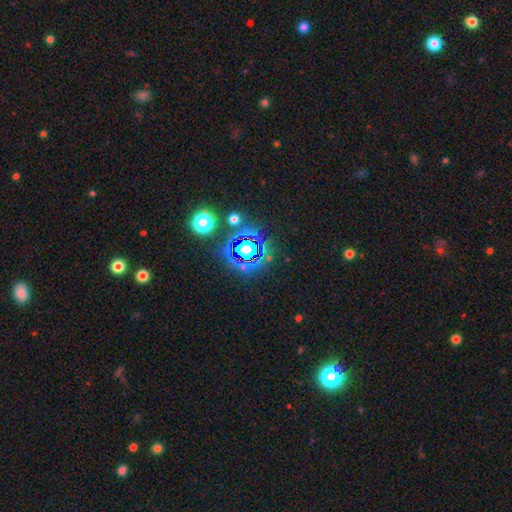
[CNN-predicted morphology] smooth-or-featured: star or artifact: 78% | smooth: 14% | featured or disk: 8%